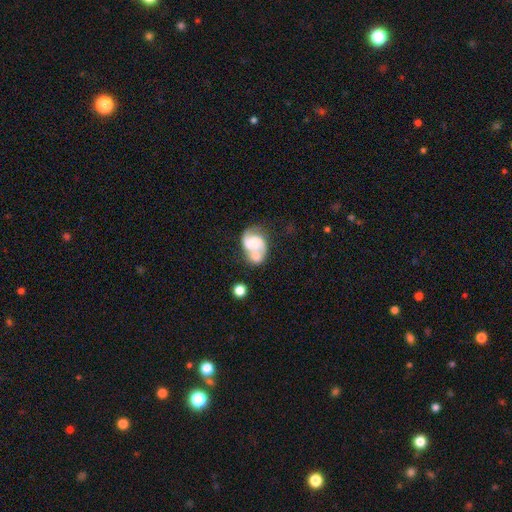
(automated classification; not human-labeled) The model was most divided on "bulge size": small: 30%, moderate: 28%, none: 24%, large: 14%, dominant: 4%. Remaining: edge-on disk — no (98%); spiral arms — yes (86%); spiral arm count — 2 (83%); bar — no (66%); smooth or featured — featured or disk (66%); merging — merger (50%); spiral winding — medium (46%).